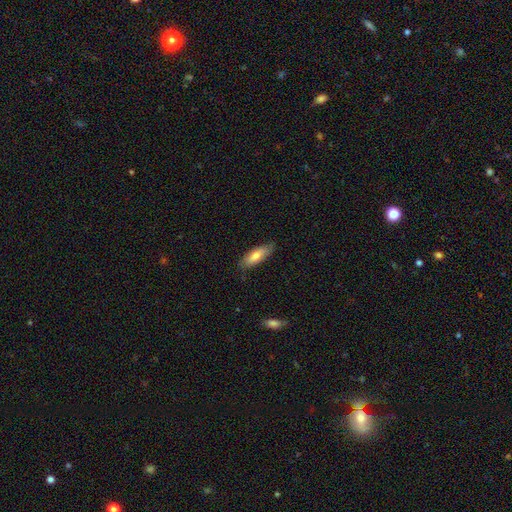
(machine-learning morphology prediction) This is likely a smooth galaxy (73%). How rounded: likely in between (61%). Merging: clearly none (82%).